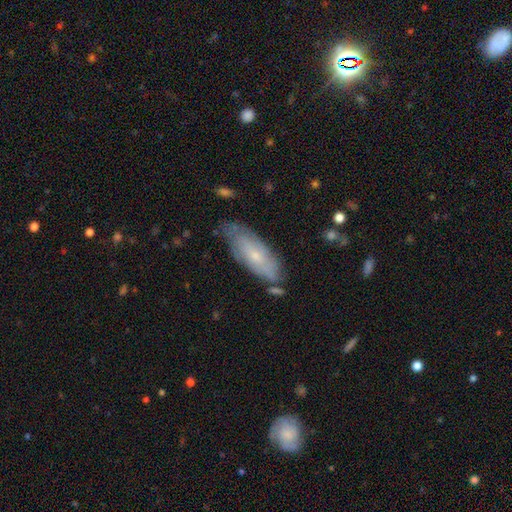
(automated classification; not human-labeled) A smooth galaxy with no disk features (47%). Merging: none (66%).